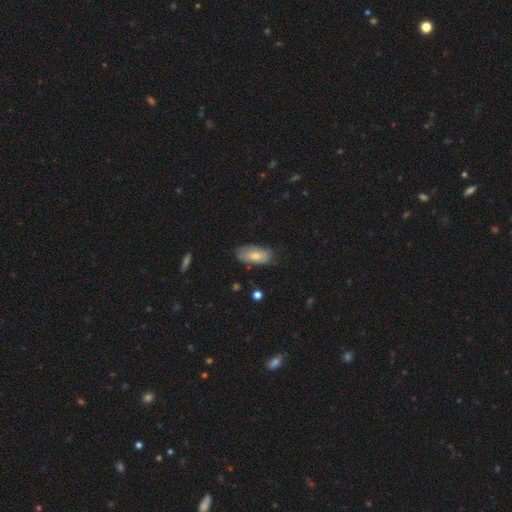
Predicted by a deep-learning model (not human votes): smooth_or_featured: smooth (p=0.62) [alt: featured or disk p=0.31]
how_rounded: in between (p=0.91) [alt: cigar-shaped p=0.06]
merging: none (p=0.68) [alt: minor disturbance p=0.25]